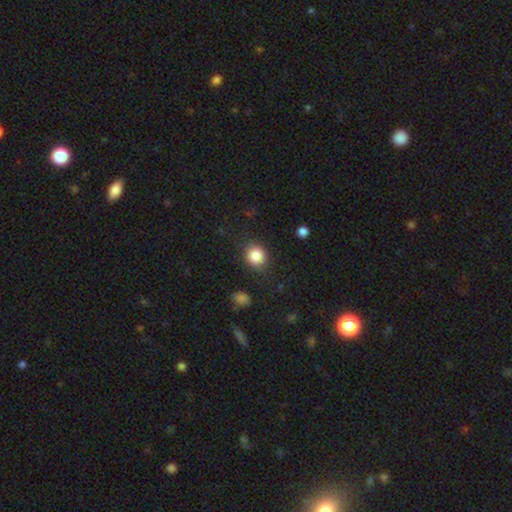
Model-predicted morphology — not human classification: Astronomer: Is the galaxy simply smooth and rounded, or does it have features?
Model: smooth — 85%.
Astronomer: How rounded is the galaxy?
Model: round — 78%.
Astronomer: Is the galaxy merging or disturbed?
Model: none — 85%.